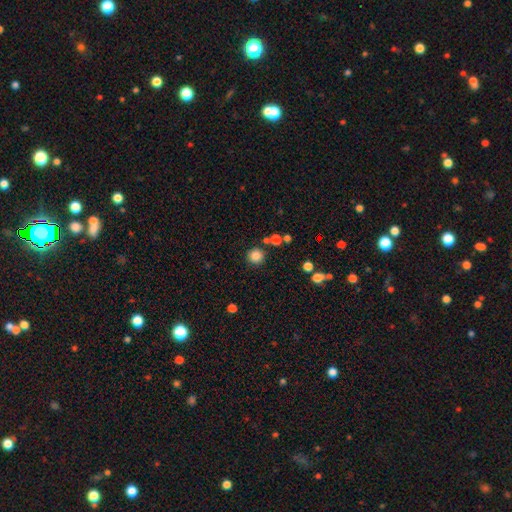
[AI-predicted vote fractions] This appears to be a smooth galaxy with no disk features (84%) that is round (95%). Merging: none (86%).